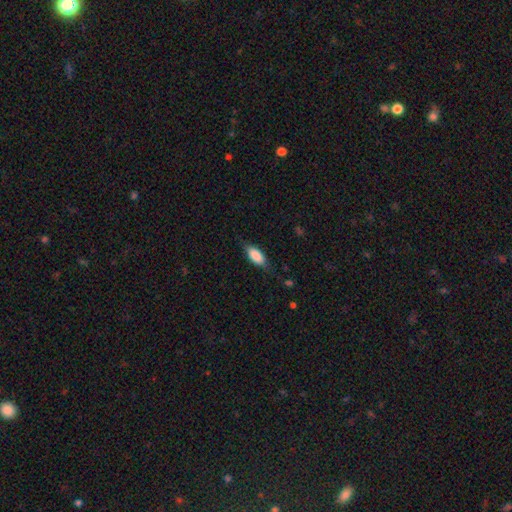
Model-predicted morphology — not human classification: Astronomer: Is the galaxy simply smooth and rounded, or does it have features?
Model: smooth — 83%.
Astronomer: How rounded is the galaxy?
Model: in between — 83%.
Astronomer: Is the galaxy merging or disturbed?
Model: none — 74%.